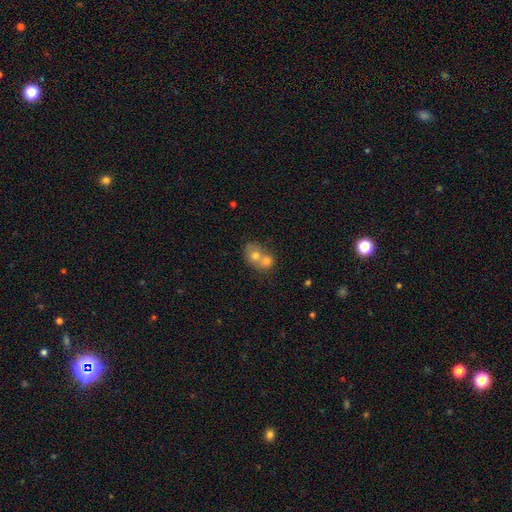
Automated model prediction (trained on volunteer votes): A smooth galaxy with no disk features (66%) that is round (62%).

Vote fractions:
- Smooth or featured? smooth: 66% / featured or disk: 24% / star or artifact: 10%
- How rounded? round: 62% / in between: 37% / cigar-shaped: 1%
- Merging? merger: 71% / none: 20% / minor disturbance: 6% / major disturbance: 3%